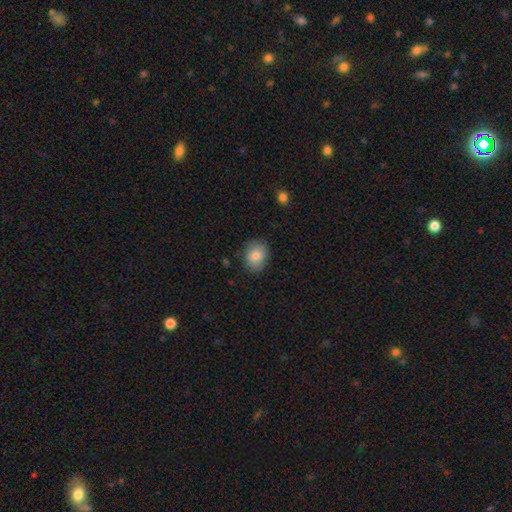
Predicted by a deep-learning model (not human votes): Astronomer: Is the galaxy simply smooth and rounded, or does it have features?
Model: smooth — 83%.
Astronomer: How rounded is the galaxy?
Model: round — 53% (runner-up: in between, 46%).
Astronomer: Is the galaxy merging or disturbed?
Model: none — 81%.